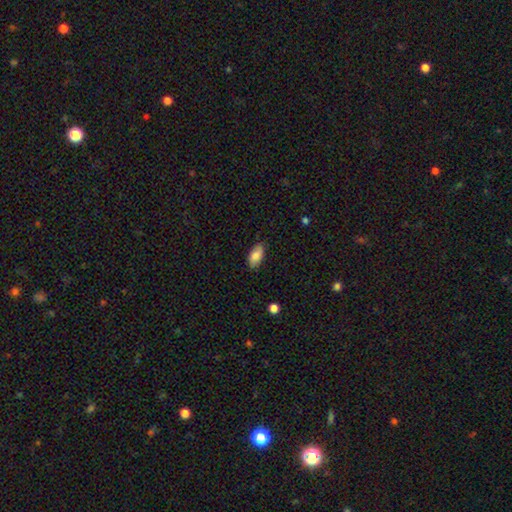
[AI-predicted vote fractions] smooth-or-featured: smooth: 83% | featured or disk: 10% | star or artifact: 7%
  how-rounded: in between: 92% | cigar-shaped: 5% | round: 3%
  merging: none: 85% | minor disturbance: 11% | major disturbance: 2% | merger: 1%